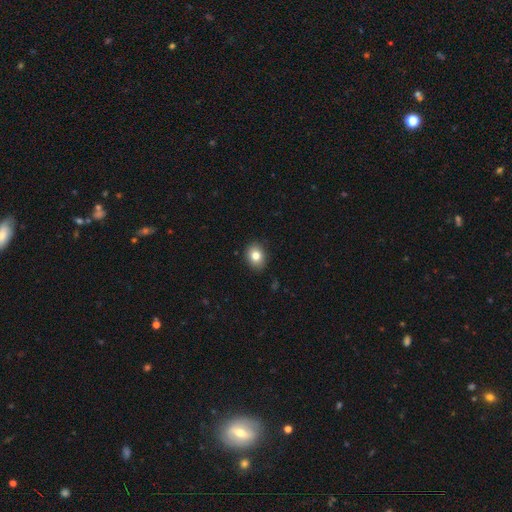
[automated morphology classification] Overall: smooth (81%). How rounded: in between (50%; round 49%). Merging: none (88%).